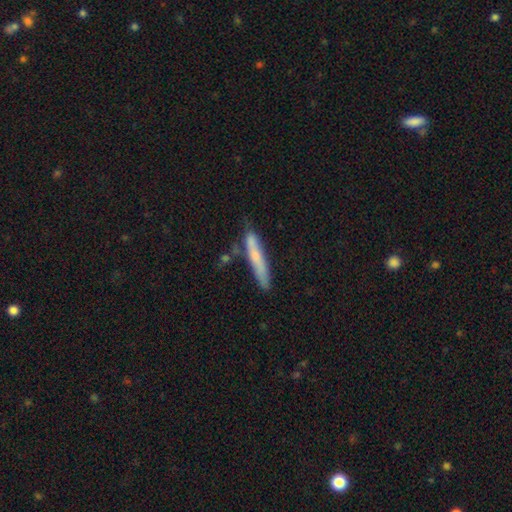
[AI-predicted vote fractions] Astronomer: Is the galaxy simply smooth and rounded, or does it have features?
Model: smooth — 62%.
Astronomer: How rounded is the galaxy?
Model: cigar-shaped — 93%.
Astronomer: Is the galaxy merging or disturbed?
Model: none — 69%.